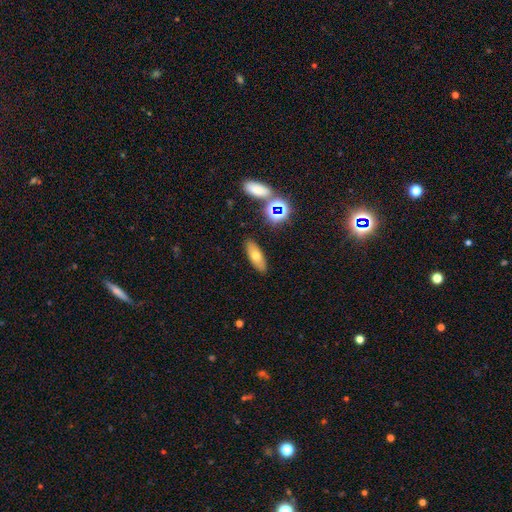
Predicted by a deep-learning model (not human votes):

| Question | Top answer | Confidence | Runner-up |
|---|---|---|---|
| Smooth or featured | smooth | 63% | featured or disk (25%) |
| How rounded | in between | 65% | cigar-shaped (30%) |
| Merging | none | 86% | minor disturbance (9%) |